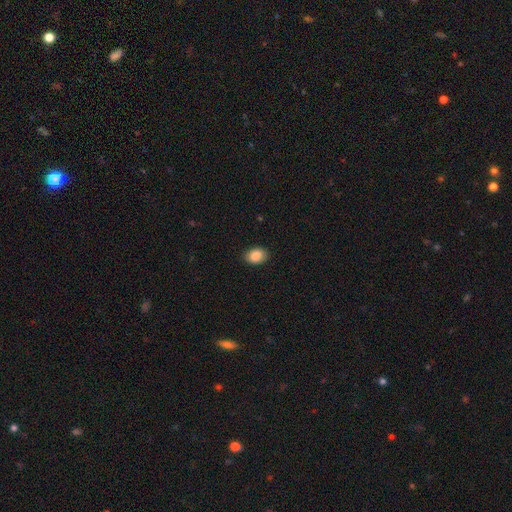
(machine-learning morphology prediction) type=smooth (88%); roundness=in between (77%); merging=none (87%).